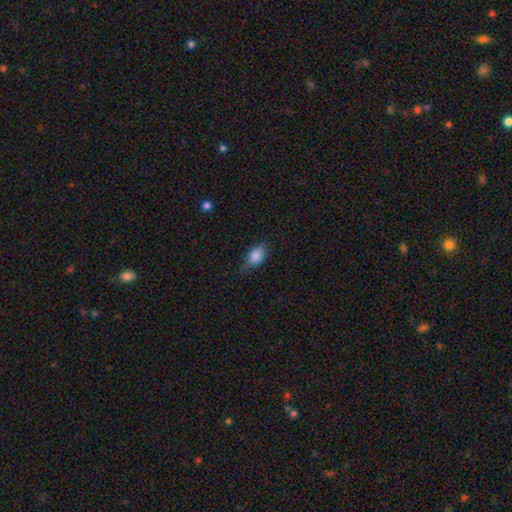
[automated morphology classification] Smooth or featured? smooth (82%)
How rounded? in between (82%)
Merging? none (62%)